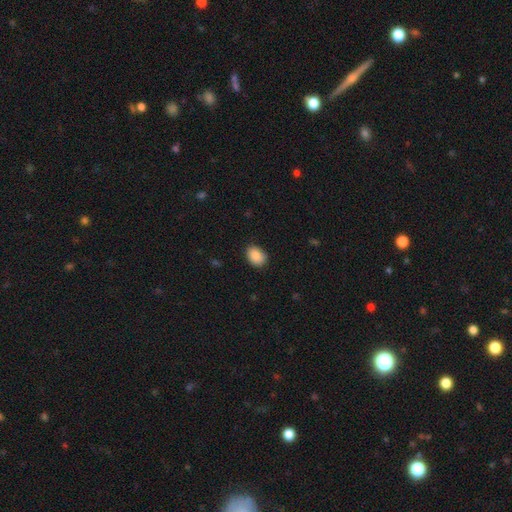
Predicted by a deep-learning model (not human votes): Q: Smooth or featured?
A: smooth (89%); runner-up: star or artifact (7%)
Q: How rounded?
A: in between (68%); runner-up: round (32%)
Q: Merging?
A: none (82%); runner-up: minor disturbance (14%)